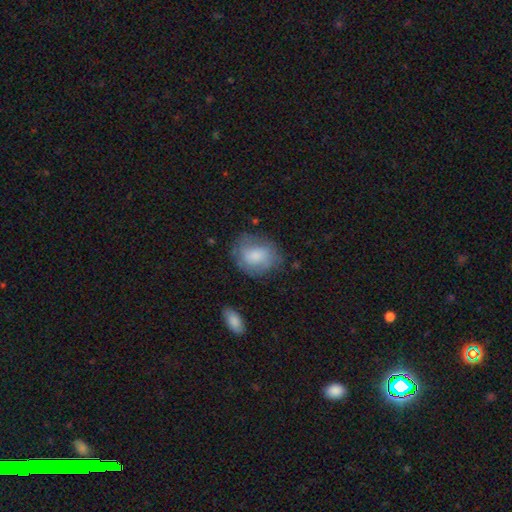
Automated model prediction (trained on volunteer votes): A smooth galaxy with no disk features (66%) that is round (53%). Merging: none (64%).